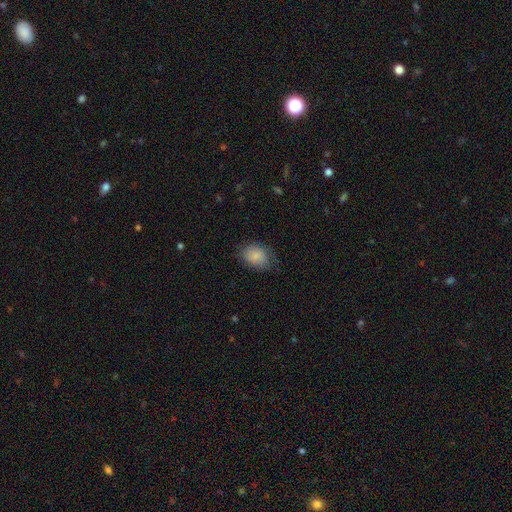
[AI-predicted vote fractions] smooth 84%, featured or disk 8%, star or artifact 7%. Down the decision tree: how rounded — in between (73%); merging — none (69%).